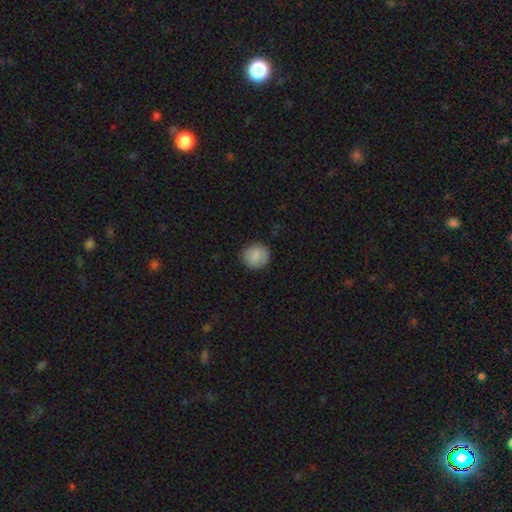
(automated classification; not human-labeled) Overall: smooth (81%). How rounded: round (91%). Merging: none (87%).